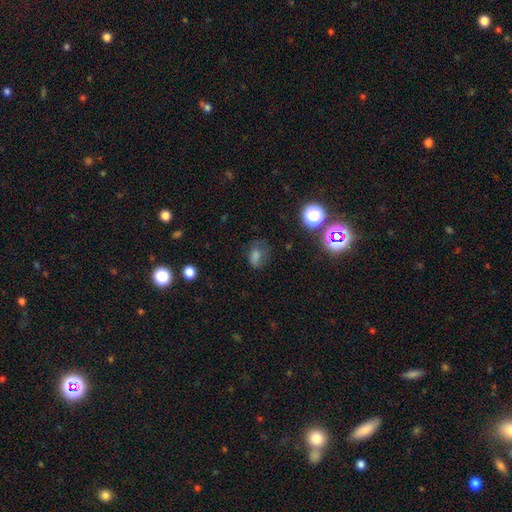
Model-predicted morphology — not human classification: type=smooth (63%); roundness=in between (68%); merging=none (52%).